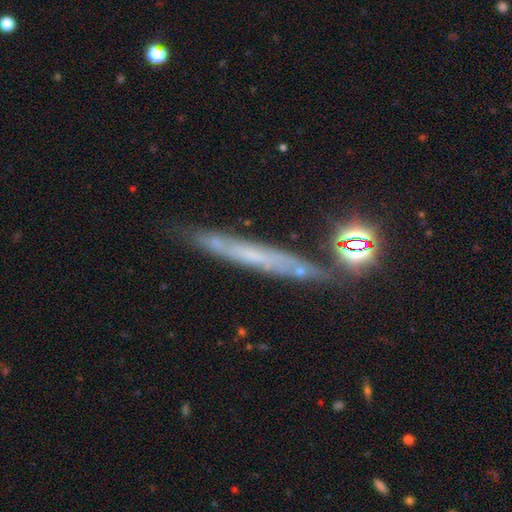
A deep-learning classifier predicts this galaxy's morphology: smooth_or_featured: featured or disk (p=0.51) [alt: smooth p=0.33]
disk_edge_on: yes (p=0.84) [alt: no p=0.16]
merging: none (p=0.76) [alt: minor disturbance p=0.15]